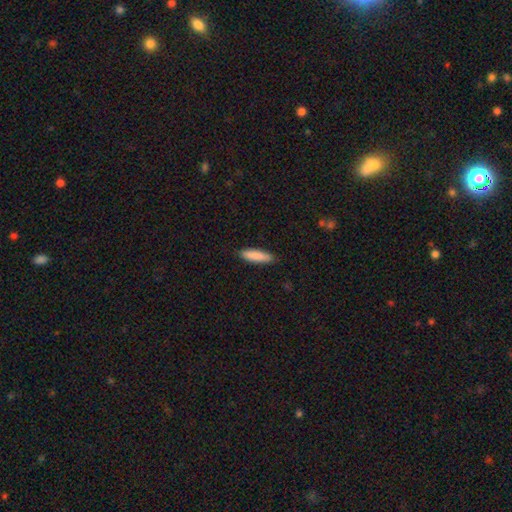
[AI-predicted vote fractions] A smooth galaxy with no disk features (87%) that is cigar-shaped (71%).

Vote fractions:
- Smooth or featured? smooth: 87% / featured or disk: 7% / star or artifact: 6%
- How rounded? cigar-shaped: 71% / in between: 27% / round: 1%
- Merging? none: 88% / minor disturbance: 9% / major disturbance: 2% / merger: 1%